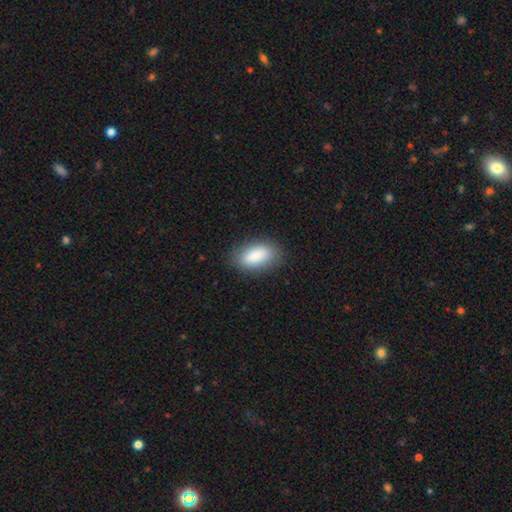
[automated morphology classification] This is clearly a smooth galaxy (88%). How rounded: clearly in between (91%). Merging: clearly none (85%).